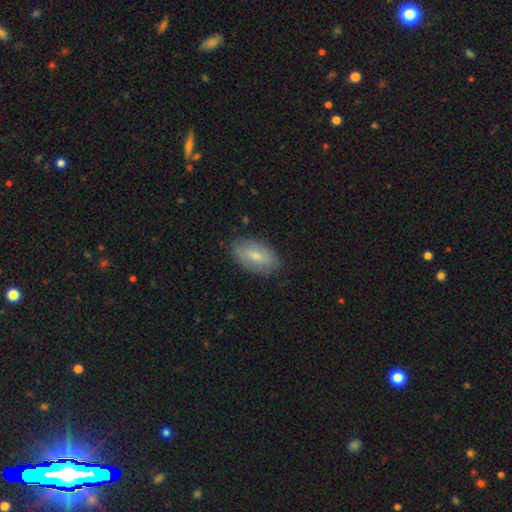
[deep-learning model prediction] This is likely a smooth galaxy (73%). How rounded: clearly in between (93%). Merging: clearly none (82%).